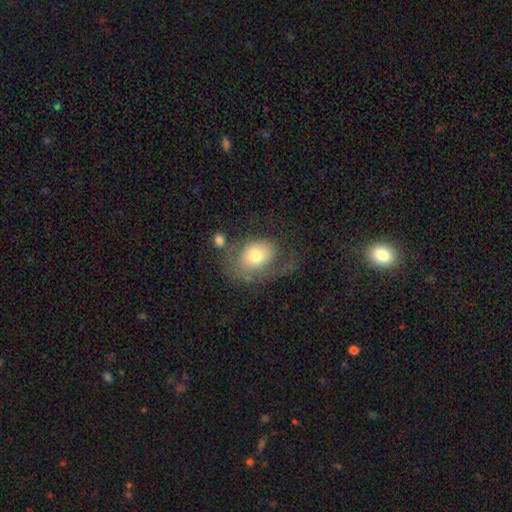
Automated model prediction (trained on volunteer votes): Smooth or featured? smooth (60%)
How rounded? in between (67%)
Merging? none (37%)